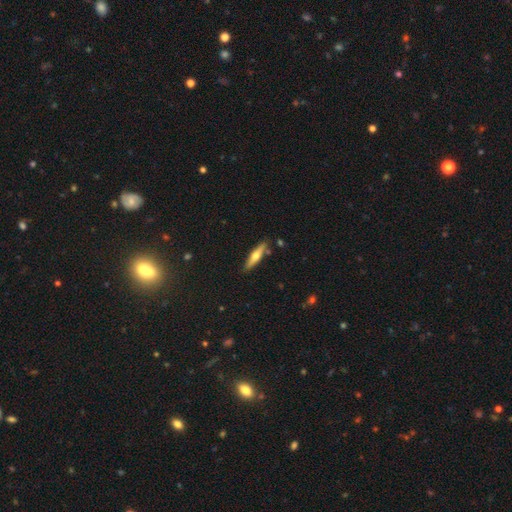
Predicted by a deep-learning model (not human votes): The model was most divided on "smooth or featured": smooth: 52%, featured or disk: 42%, star or artifact: 6%. More confident: merging — none (83%); how rounded — cigar-shaped (78%).